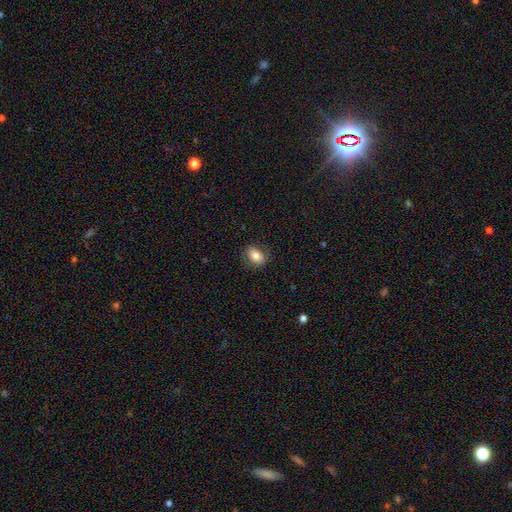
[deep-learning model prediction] A smooth galaxy with no disk features (80%) that is in between round and cigar-shaped (79%). Merging: none (80%).